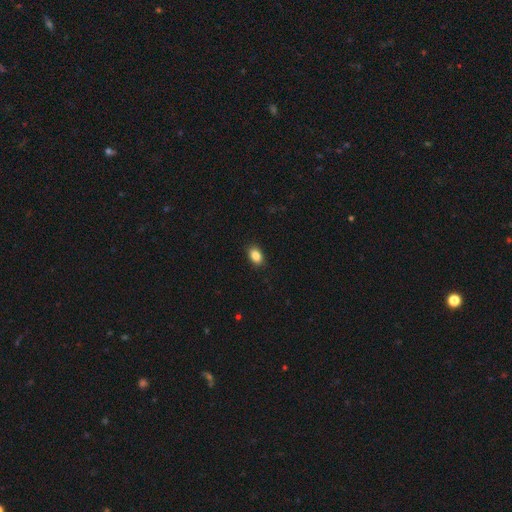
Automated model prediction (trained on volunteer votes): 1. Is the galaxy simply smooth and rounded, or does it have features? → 86% smooth, 9% star or artifact, 5% featured or disk.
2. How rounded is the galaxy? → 85% in between, 14% round, 2% cigar-shaped.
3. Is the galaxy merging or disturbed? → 89% none, 8% minor disturbance, 2% major disturbance, 1% merger.